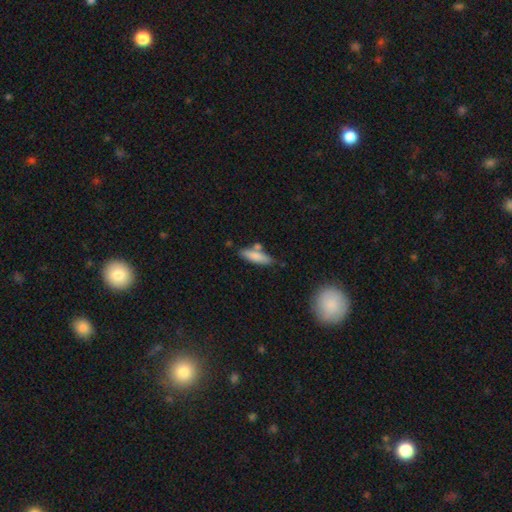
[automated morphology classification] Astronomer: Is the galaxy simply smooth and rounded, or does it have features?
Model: smooth — 80%.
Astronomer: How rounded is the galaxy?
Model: cigar-shaped — 58% (runner-up: in between, 40%).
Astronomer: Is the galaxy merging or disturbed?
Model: none — 67%.